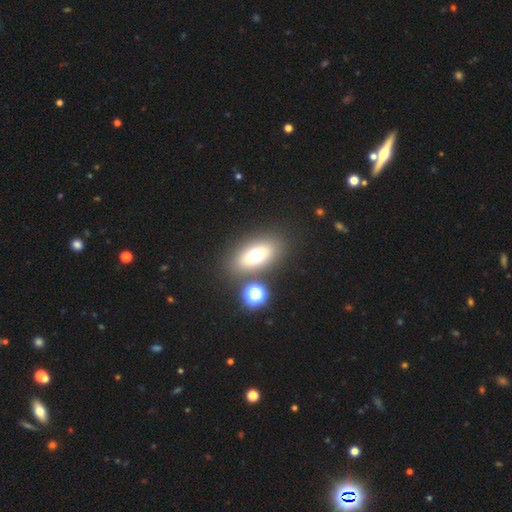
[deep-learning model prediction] Q: Smooth or featured?
A: smooth (67%); runner-up: featured or disk (20%)
Q: How rounded?
A: in between (81%); runner-up: round (11%)
Q: Merging?
A: none (78%); runner-up: minor disturbance (9%)